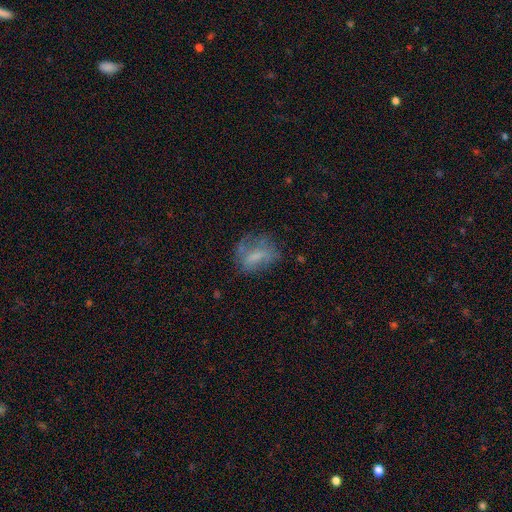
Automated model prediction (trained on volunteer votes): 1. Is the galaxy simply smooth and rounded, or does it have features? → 50% smooth, 37% featured or disk, 12% star or artifact.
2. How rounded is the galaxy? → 67% in between, 24% round, 9% cigar-shaped.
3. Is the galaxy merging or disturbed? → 46% none, 26% major disturbance, 25% minor disturbance, 4% merger.